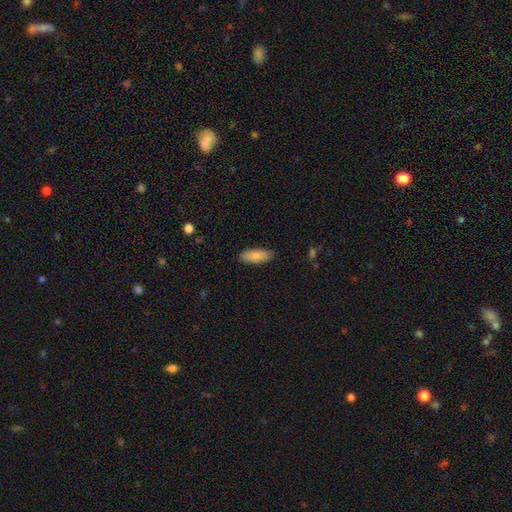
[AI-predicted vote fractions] This appears to be a smooth galaxy with no disk features (85%) that is in between round and cigar-shaped (74%). Merging: none (85%).